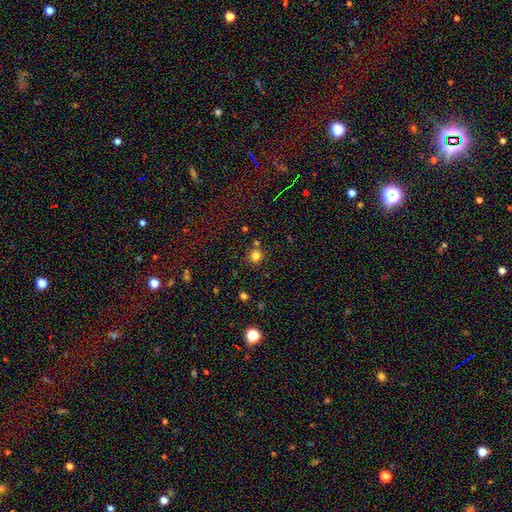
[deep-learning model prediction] Smooth or featured?
  - smooth: 79% *
  - star or artifact: 16%
  - featured or disk: 5%
How rounded?
  - round: 92% *
  - in between: 7%
  - cigar-shaped: 1%
Merging?
  - none: 80% *
  - merger: 9%
  - minor disturbance: 9%
  - major disturbance: 3%